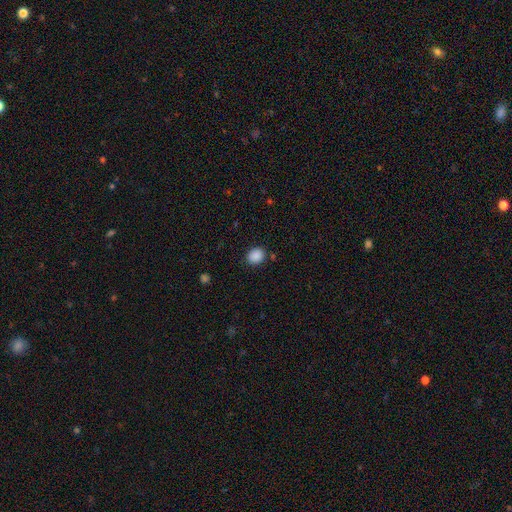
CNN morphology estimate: smooth-or-featured: smooth: 88% | star or artifact: 9% | featured or disk: 3%
  how-rounded: round: 54% | in between: 46% | cigar-shaped: 1%
  merging: none: 86% | minor disturbance: 10% | major disturbance: 3% | merger: 2%